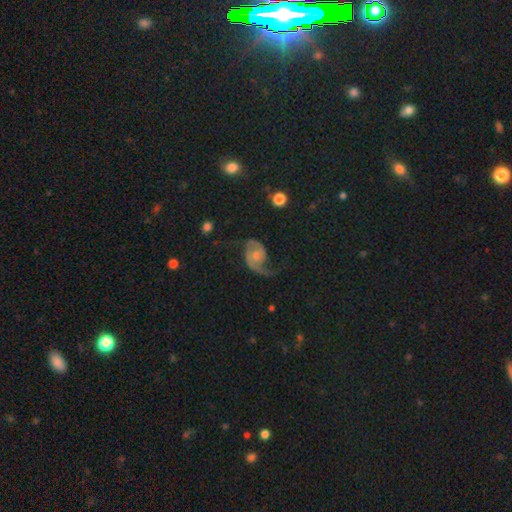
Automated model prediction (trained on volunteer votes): A featured or disk galaxy (85%) with no bar (67%), 2 (83%) loose (46%) spiral arms (96%) and a small central bulge (51%). Merging: none (52%).